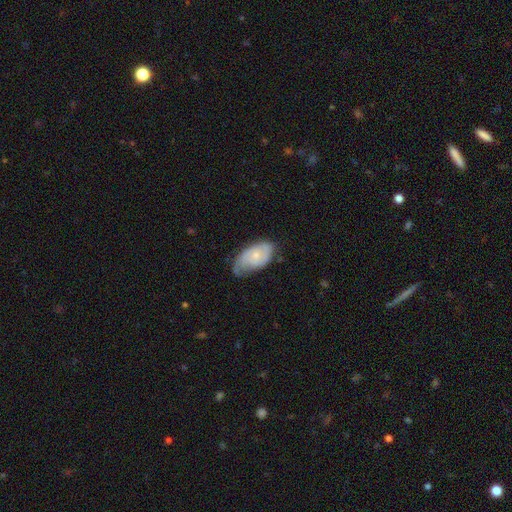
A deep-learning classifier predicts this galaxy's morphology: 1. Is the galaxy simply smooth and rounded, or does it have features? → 52% featured or disk, 42% smooth, 6% star or artifact.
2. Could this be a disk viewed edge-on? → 94% no, 6% yes.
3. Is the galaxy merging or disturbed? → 43% none, 38% minor disturbance, 17% major disturbance, 2% merger.